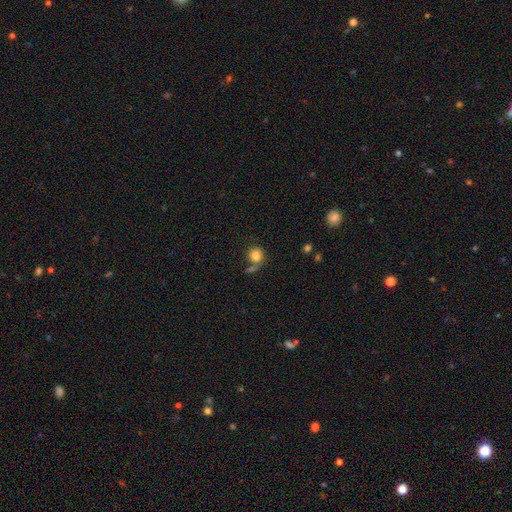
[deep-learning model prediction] Smooth or featured: smooth — 83% (star or artifact — 9%)
How rounded: round — 86% (in between — 12%)
Merging: none — 56% (merger — 21%)